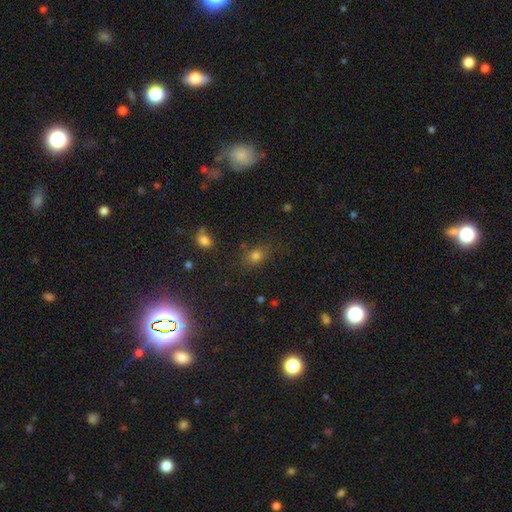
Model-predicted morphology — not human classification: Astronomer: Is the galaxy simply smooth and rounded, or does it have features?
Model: smooth — 72%.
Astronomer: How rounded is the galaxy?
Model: in between — 58% (runner-up: round, 40%).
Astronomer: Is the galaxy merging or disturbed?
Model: none — 77%.